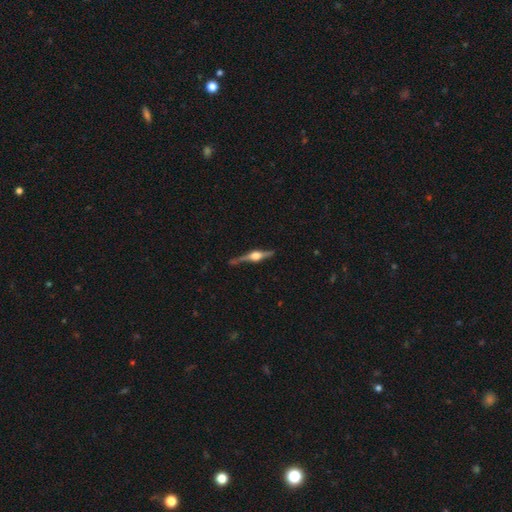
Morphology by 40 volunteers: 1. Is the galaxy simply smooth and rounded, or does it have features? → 85% featured or disk, 8% smooth, 8% star or artifact.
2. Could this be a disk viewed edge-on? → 97% yes, 3% no.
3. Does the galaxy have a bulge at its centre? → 97% rounded, 3% boxy, 0% none.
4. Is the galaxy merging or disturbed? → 81% none, 8% minor disturbance, 8% merger, 3% major disturbance.